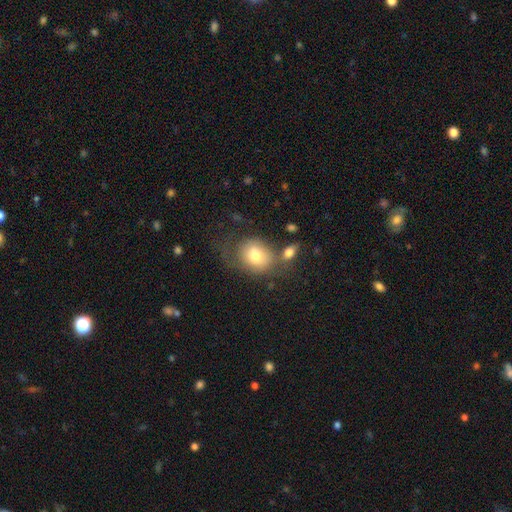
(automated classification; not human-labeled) Overall: smooth (71%). How rounded: round (52%; in between 47%). Merging: none (40%; minor disturbance 22%).